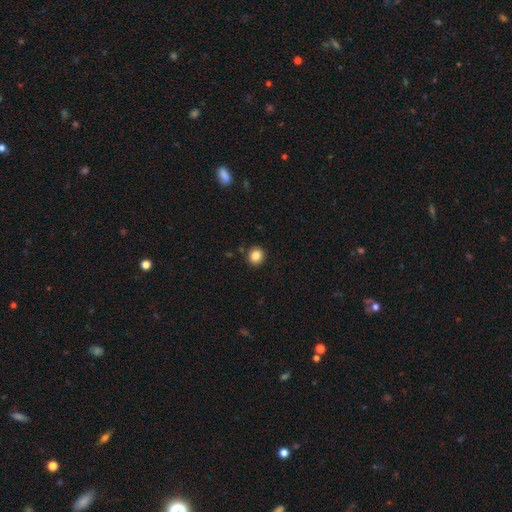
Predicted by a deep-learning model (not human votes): smooth 86%, star or artifact 10%, featured or disk 4%. Down the decision tree: how rounded — round (81%); merging — none (89%).